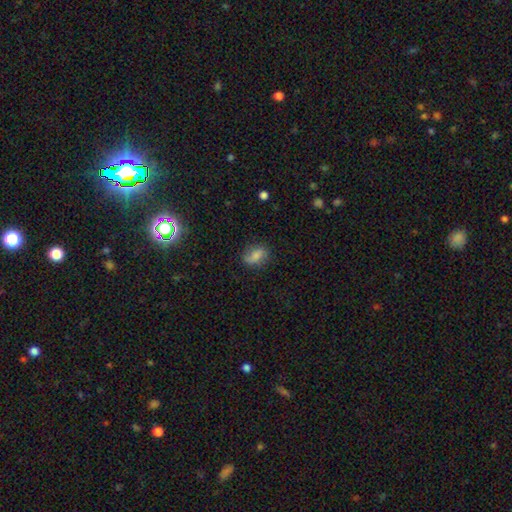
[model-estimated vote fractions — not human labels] Q: Smooth or featured?
A: smooth (69%); runner-up: featured or disk (21%)
Q: How rounded?
A: in between (81%); runner-up: round (16%)
Q: Merging?
A: none (69%); runner-up: minor disturbance (22%)